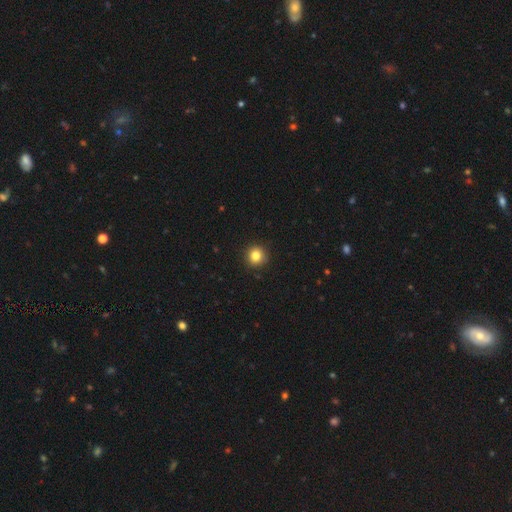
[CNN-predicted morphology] This appears to be a smooth galaxy with no disk features (83%) that is round (92%). Merging: none (92%).